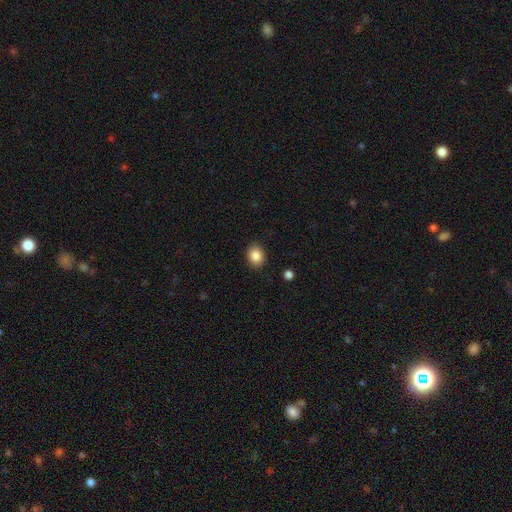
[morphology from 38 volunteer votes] Smooth or featured?
  - smooth: 87% *
  - featured or disk: 11%
  - star or artifact: 3%
How rounded?
  - round: 61% *
  - in between: 39%
  - cigar-shaped: 0%
Merging?
  - none: 86% *
  - minor disturbance: 5%
  - merger: 5%
  - major disturbance: 3%